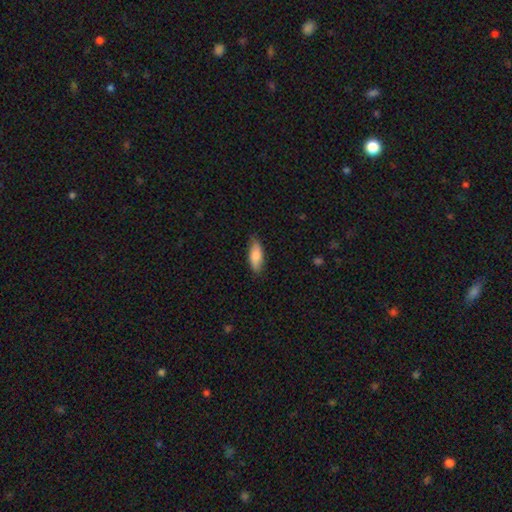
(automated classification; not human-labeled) Smooth or featured: smooth — 82% (featured or disk — 12%)
How rounded: in between — 73% (cigar-shaped — 25%)
Merging: none — 82% (minor disturbance — 15%)